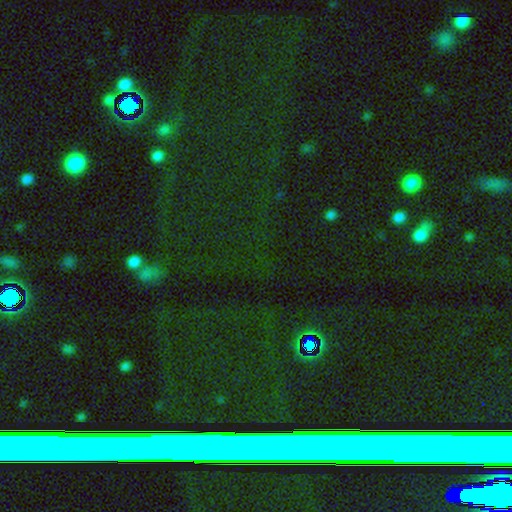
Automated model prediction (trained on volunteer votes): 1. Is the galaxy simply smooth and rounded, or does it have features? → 74% star or artifact, 14% featured or disk, 12% smooth.